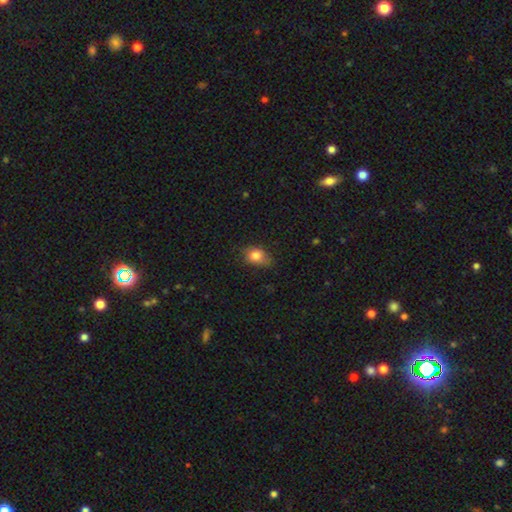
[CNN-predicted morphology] Smooth or featured?
  - smooth: 81% *
  - star or artifact: 10%
  - featured or disk: 9%
How rounded?
  - in between: 64% *
  - round: 35%
  - cigar-shaped: 1%
Merging?
  - none: 65% *
  - minor disturbance: 27%
  - major disturbance: 6%
  - merger: 1%